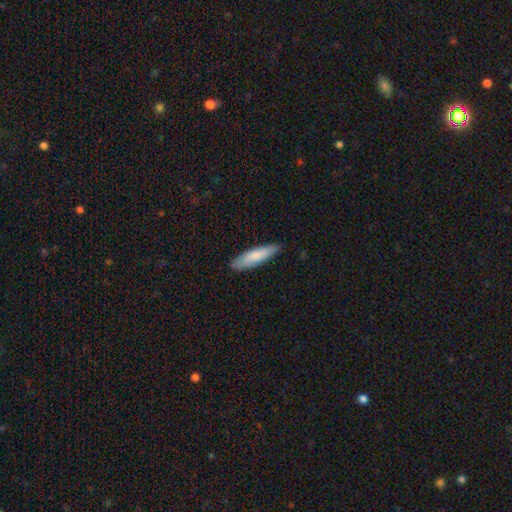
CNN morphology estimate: A smooth galaxy with no disk features (77%) that is cigar-shaped (72%).

Vote fractions:
- Smooth or featured? smooth: 77% / featured or disk: 18% / star or artifact: 5%
- How rounded? cigar-shaped: 72% / in between: 27% / round: 1%
- Merging? none: 84% / minor disturbance: 13% / major disturbance: 2% / merger: 1%